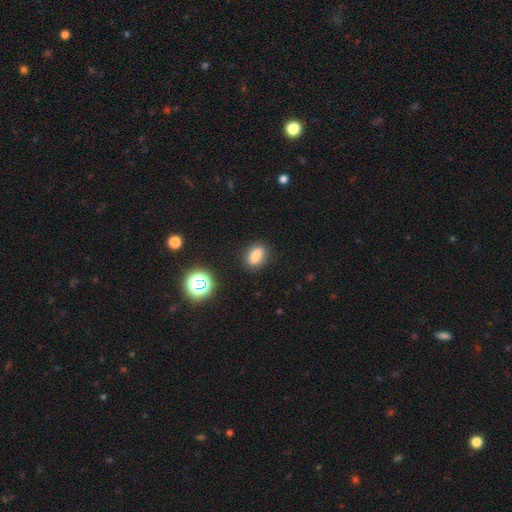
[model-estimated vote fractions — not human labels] Smooth or featured?
  - smooth: 82% *
  - star or artifact: 12%
  - featured or disk: 7%
How rounded?
  - in between: 79% *
  - round: 14%
  - cigar-shaped: 7%
Merging?
  - none: 86% *
  - minor disturbance: 9%
  - major disturbance: 3%
  - merger: 2%